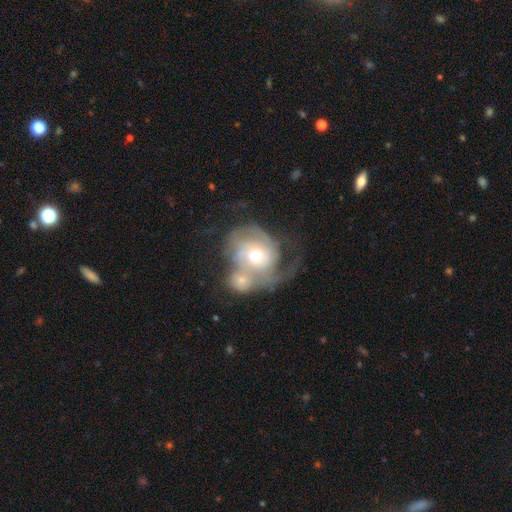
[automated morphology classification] featured or disk 71%, smooth 23%, star or artifact 7%. Down the decision tree: edge-on disk — no (97%); bar — no (75%); spiral arms — yes (81%); spiral arm count — 2 (38%); spiral winding — tight (39%); bulge size — moderate (65%); merging — merger (47%).